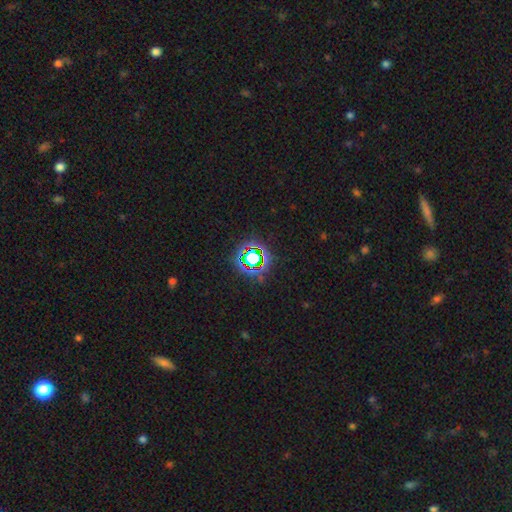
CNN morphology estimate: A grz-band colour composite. It shows a star or artifact, not a galaxy (72%).